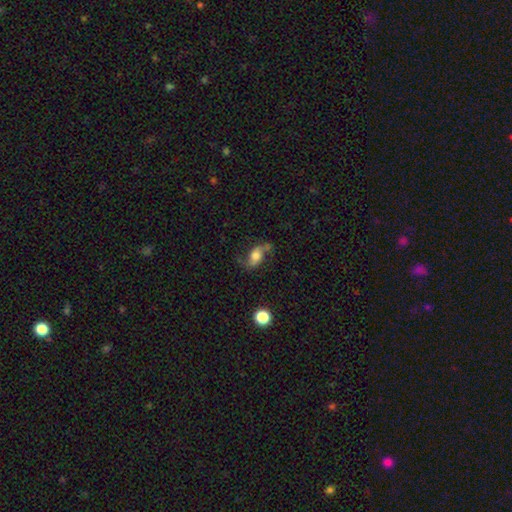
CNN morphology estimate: Smooth or featured? Predicted: featured or disk (p=0.53). Edge-on disk? Predicted: no (p=0.91). Merging? Predicted: none (p=0.57).